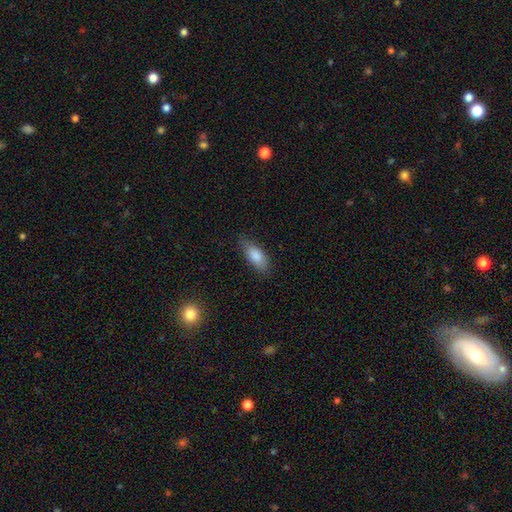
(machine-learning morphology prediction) A smooth galaxy with no disk features (84%) that is in between round and cigar-shaped (80%). Merging: none (79%).